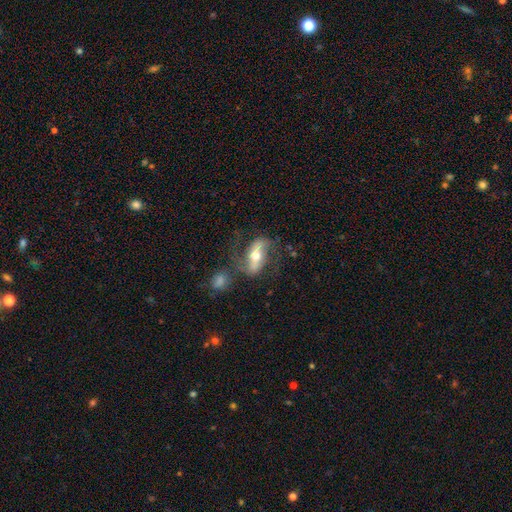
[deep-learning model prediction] Smooth or featured?
  - featured or disk: 72% *
  - smooth: 22%
  - star or artifact: 6%
Edge-on disk?
  - no: 83% *
  - yes: 17%
Bar?
  - strong: 57% *
  - weak: 22%
  - no: 21%
Spiral arms?
  - yes: 81% *
  - no: 19%
Bulge size?
  - moderate: 70% *
  - small: 21%
  - large: 7%
  - dominant: 1%
  - none: 1%
Merging?
  - none: 59% *
  - minor disturbance: 18%
  - major disturbance: 13%
  - merger: 10%